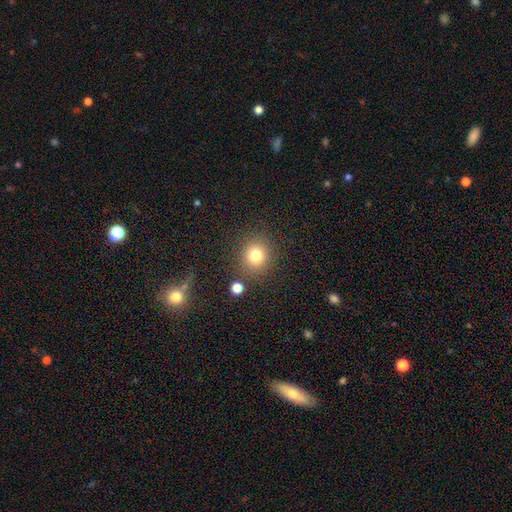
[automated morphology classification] smooth 79%, star or artifact 13%, featured or disk 8%. Down the decision tree: how rounded — round (86%); merging — none (84%).